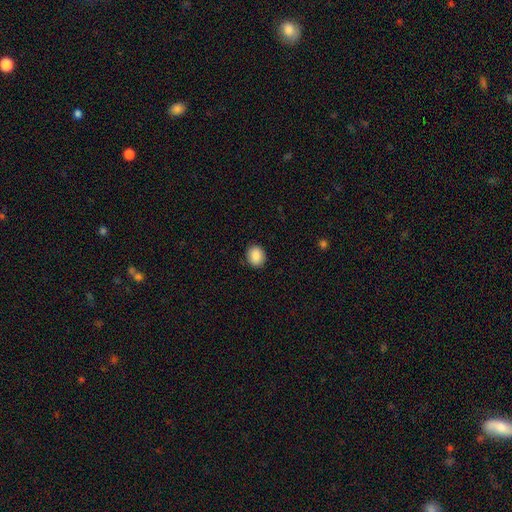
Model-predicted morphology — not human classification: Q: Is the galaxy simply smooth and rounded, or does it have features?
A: smooth — 88%.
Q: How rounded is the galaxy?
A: round — 63%.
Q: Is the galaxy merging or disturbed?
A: none — 89%.